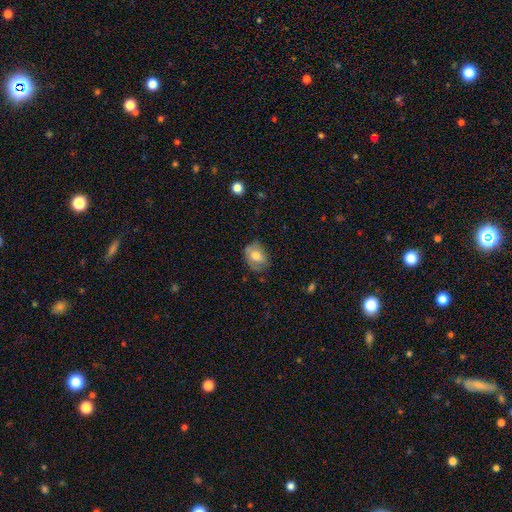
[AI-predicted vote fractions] Smooth or featured? smooth (64%)
How rounded? in between (61%)
Merging? none (65%)